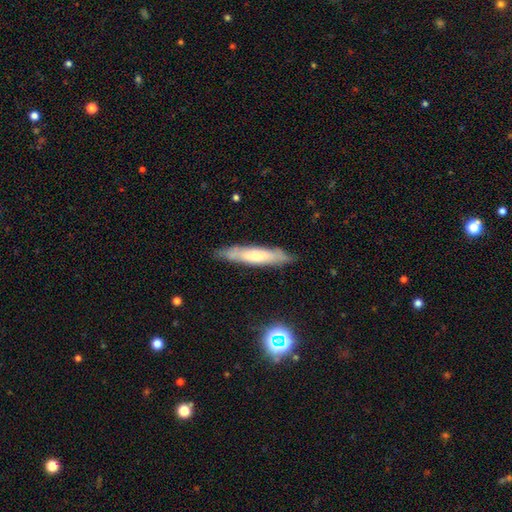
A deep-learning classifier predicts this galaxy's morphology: smooth 49%, featured or disk 44%, star or artifact 7%. Down the decision tree: merging — none (82%).